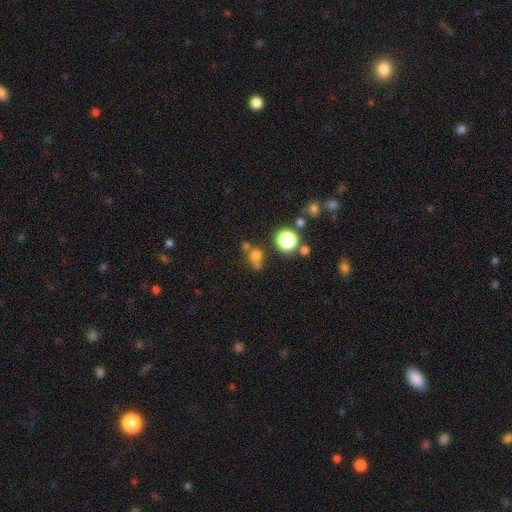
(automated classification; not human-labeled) smooth_or_featured: smooth (p=0.67) [alt: star or artifact p=0.22]
how_rounded: round (p=0.78) [alt: in between p=0.20]
merging: none (p=0.51) [alt: merger p=0.27]